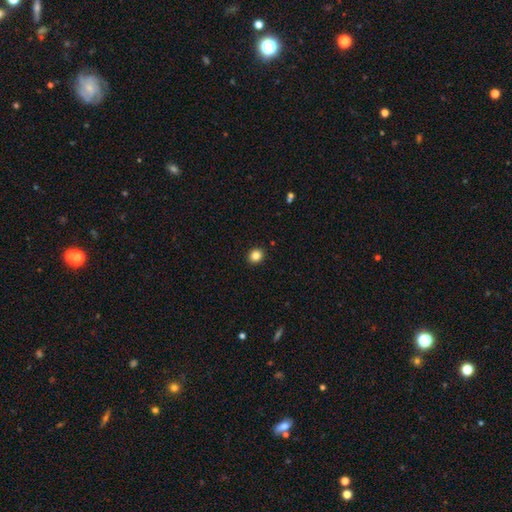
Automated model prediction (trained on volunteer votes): Smooth or featured: smooth — 84% (star or artifact — 11%)
How rounded: round — 75% (in between — 24%)
Merging: none — 92% (minor disturbance — 5%)